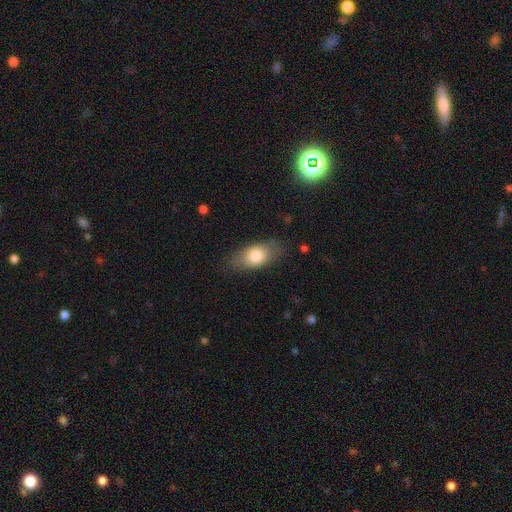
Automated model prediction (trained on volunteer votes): smooth-or-featured: smooth: 78% | featured or disk: 16% | star or artifact: 7%
  how-rounded: in between: 86% | round: 7% | cigar-shaped: 7%
  merging: none: 77% | minor disturbance: 16% | major disturbance: 5% | merger: 1%